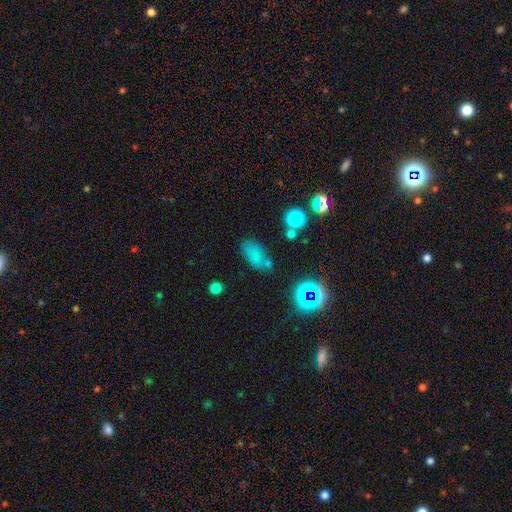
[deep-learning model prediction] A smooth galaxy with no disk features (68%) that is in between round and cigar-shaped (86%). Merging: none (60%).